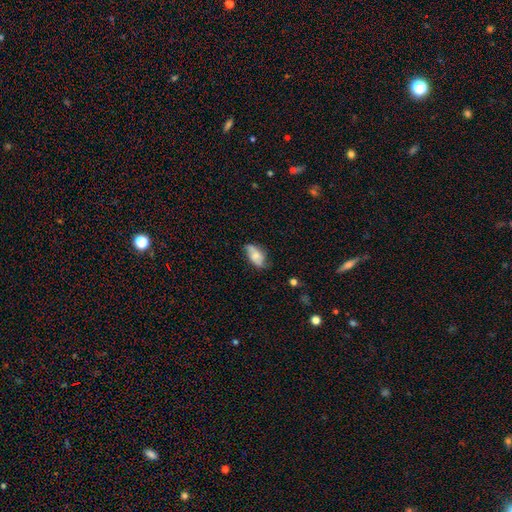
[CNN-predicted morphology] This appears to be a smooth galaxy with no disk features (63%) that is in between round and cigar-shaped (91%). Merging: none (62%).